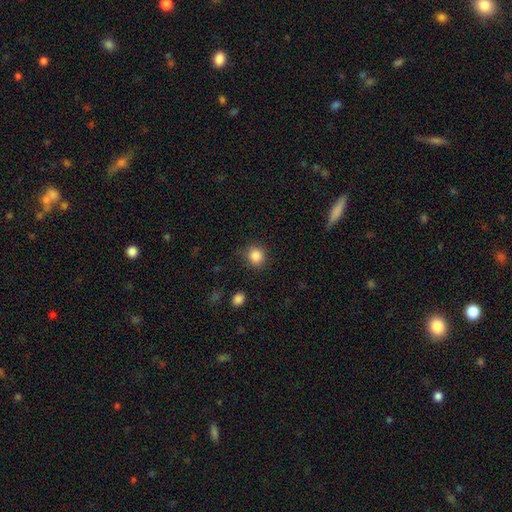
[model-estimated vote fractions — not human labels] smooth_or_featured: smooth (p=0.86) [alt: star or artifact p=0.10]
how_rounded: round (p=0.85) [alt: in between p=0.14]
merging: none (p=0.83) [alt: minor disturbance p=0.12]